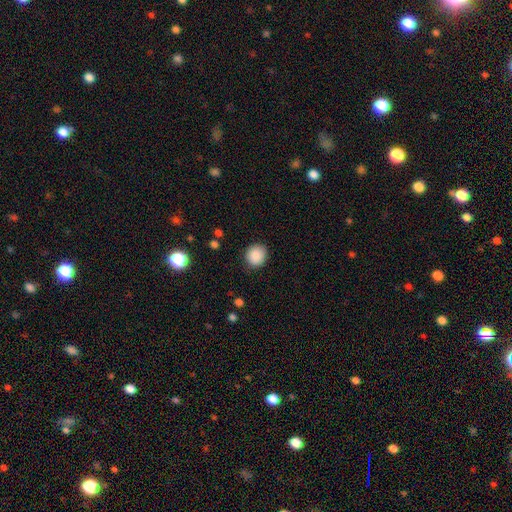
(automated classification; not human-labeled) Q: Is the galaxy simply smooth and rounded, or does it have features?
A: smooth — 88%.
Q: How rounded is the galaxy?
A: round — 81%.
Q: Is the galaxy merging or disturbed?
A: none — 87%.